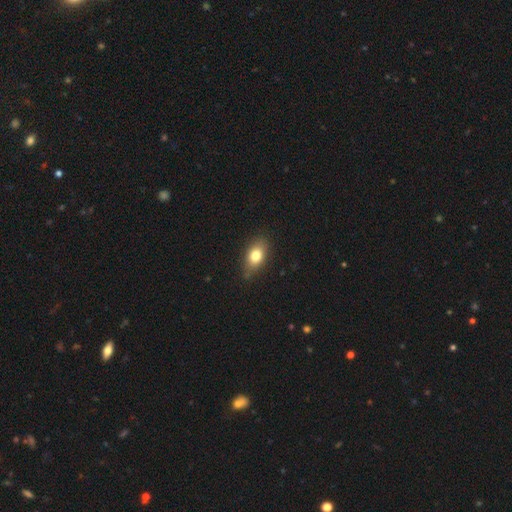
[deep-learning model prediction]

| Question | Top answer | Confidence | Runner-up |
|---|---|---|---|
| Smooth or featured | smooth | 77% | featured or disk (14%) |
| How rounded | in between | 83% | round (12%) |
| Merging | none | 76% | minor disturbance (19%) |